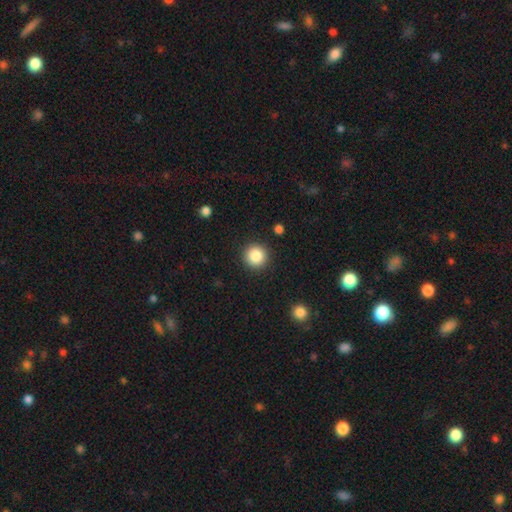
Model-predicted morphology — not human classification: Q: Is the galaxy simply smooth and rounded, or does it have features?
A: smooth — 86%.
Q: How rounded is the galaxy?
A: round — 95%.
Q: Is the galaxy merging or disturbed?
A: none — 91%.